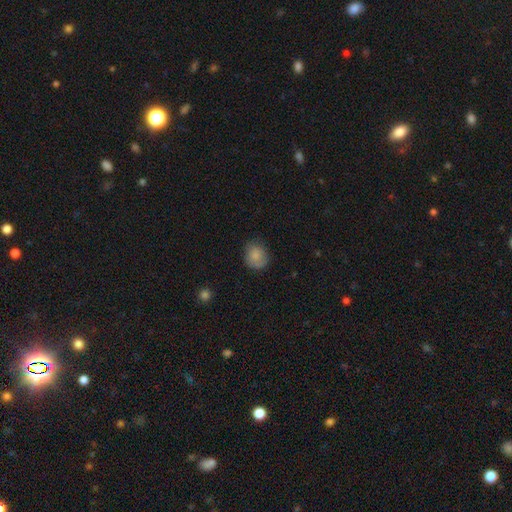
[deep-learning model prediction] Smooth or featured?
  - smooth: 83% *
  - featured or disk: 9%
  - star or artifact: 8%
How rounded?
  - round: 73% *
  - in between: 26%
  - cigar-shaped: 1%
Merging?
  - none: 72% *
  - minor disturbance: 21%
  - major disturbance: 6%
  - merger: 1%